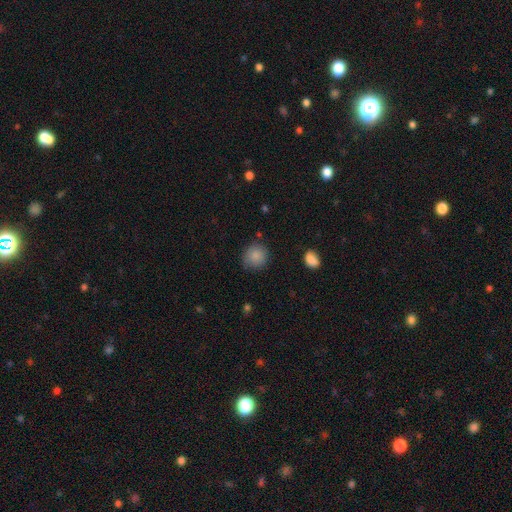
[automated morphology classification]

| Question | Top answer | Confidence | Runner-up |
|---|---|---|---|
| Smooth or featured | smooth | 86% | star or artifact (9%) |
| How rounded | round | 88% | in between (11%) |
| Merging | none | 82% | minor disturbance (13%) |